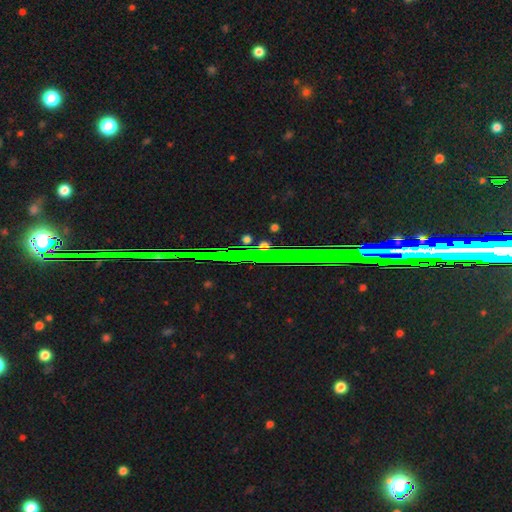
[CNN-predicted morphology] star or artifact 80%, featured or disk 12%, smooth 8%.